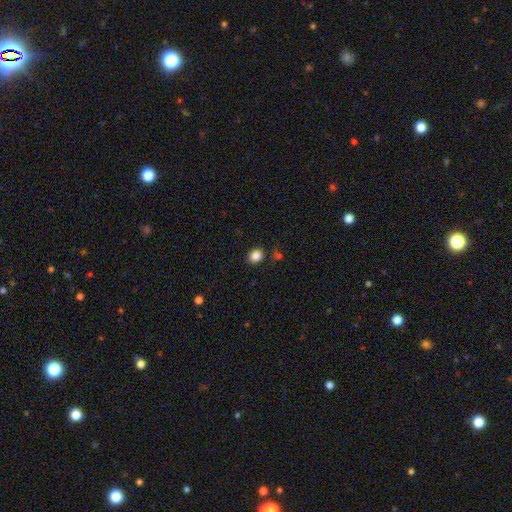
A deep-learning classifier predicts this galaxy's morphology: Overall: smooth (85%). How rounded: round (56%; in between 43%). Merging: none (83%).